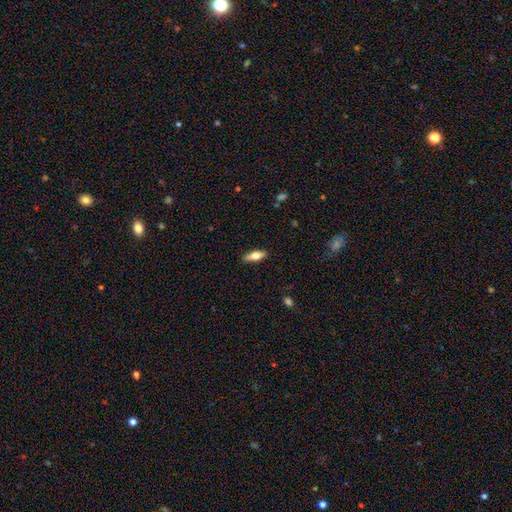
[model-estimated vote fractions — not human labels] Morphology: type=smooth (64%); roundness=in between (60%); merging=none (88%).